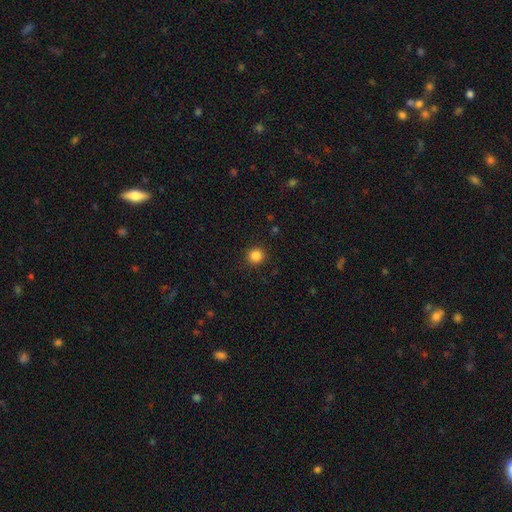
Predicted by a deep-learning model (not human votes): Smooth or featured?
  - smooth: 85% *
  - star or artifact: 11%
  - featured or disk: 3%
How rounded?
  - round: 92% *
  - in between: 7%
  - cigar-shaped: 1%
Merging?
  - none: 91% *
  - minor disturbance: 6%
  - major disturbance: 2%
  - merger: 1%